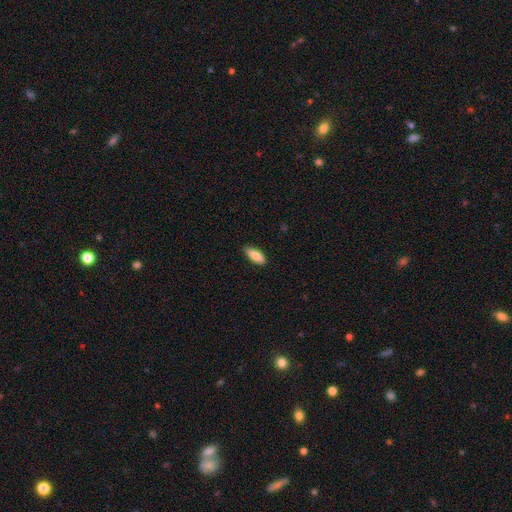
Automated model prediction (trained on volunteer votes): Smooth or featured: smooth — 80% (featured or disk — 14%)
How rounded: in between — 67% (cigar-shaped — 31%)
Merging: none — 85% (minor disturbance — 12%)